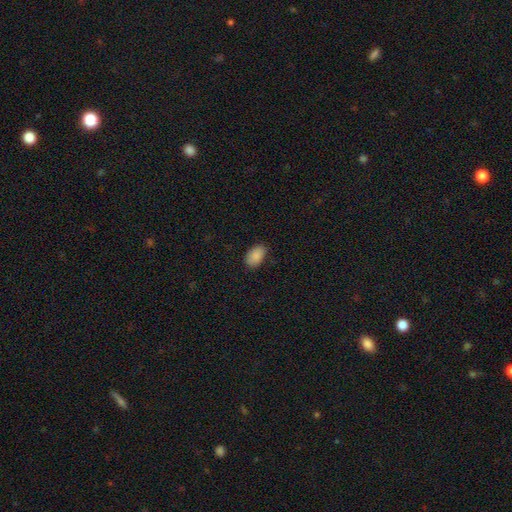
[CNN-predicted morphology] Q: Smooth or featured?
A: smooth (89%); runner-up: star or artifact (8%)
Q: How rounded?
A: in between (93%); runner-up: round (6%)
Q: Merging?
A: none (83%); runner-up: minor disturbance (13%)